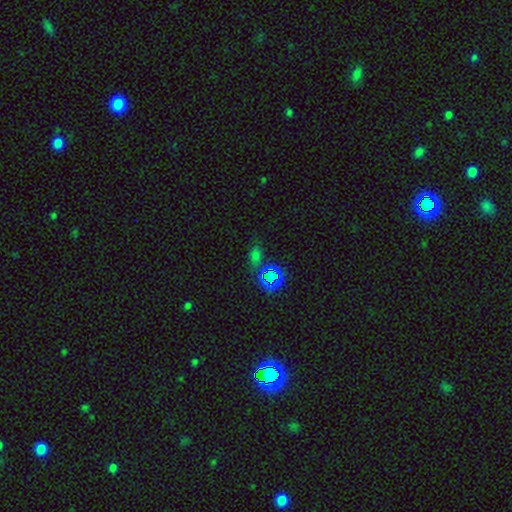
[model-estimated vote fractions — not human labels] Overall: smooth (47%; star or artifact 45%). Merging: none (70%).